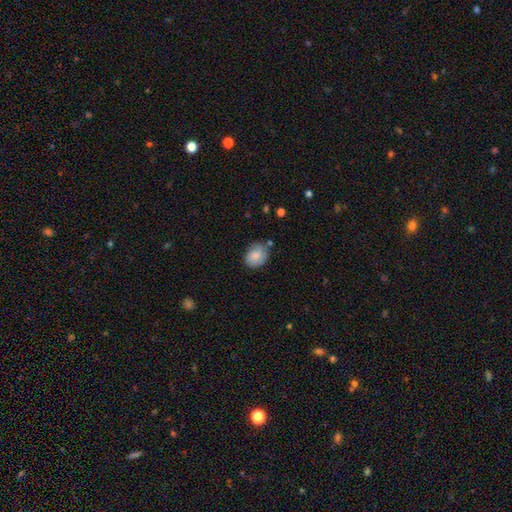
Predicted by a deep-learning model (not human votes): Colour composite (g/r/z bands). It shows a smooth galaxy with no disk features (71%) that is in between round and cigar-shaped (50%). Merging: none (66%).